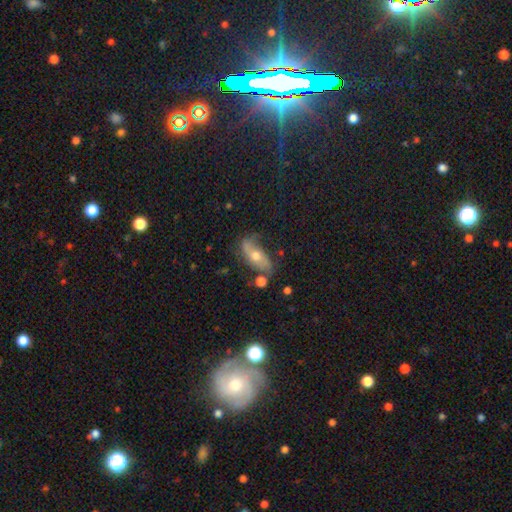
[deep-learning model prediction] Overall: featured or disk (55%; smooth 35%). Edge-on disk: no (82%). Merging: none (56%; minor disturbance 24%).